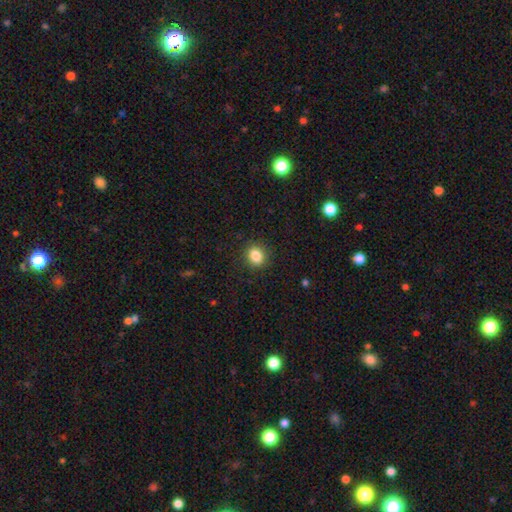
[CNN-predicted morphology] Smooth or featured?
  - smooth: 85% *
  - star or artifact: 10%
  - featured or disk: 5%
How rounded?
  - round: 58% *
  - in between: 41%
  - cigar-shaped: 1%
Merging?
  - none: 88% *
  - minor disturbance: 8%
  - major disturbance: 2%
  - merger: 1%